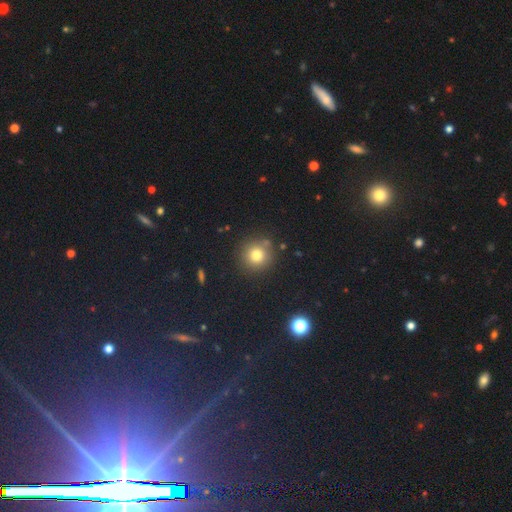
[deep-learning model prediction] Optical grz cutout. It shows a smooth galaxy with no disk features (74%) that is round (94%). Merging: none (86%).